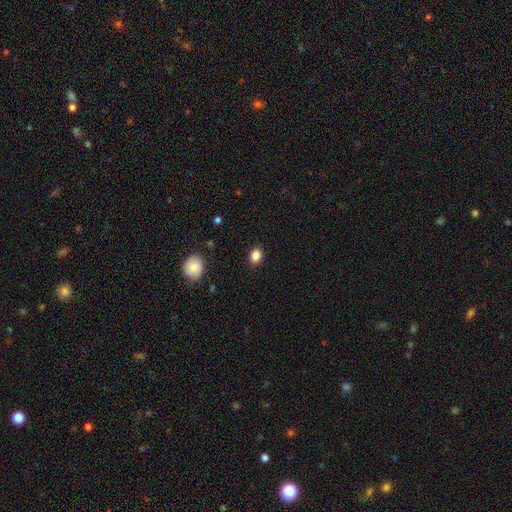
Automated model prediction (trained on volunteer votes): Q: Smooth or featured?
A: smooth (86%); runner-up: star or artifact (10%)
Q: How rounded?
A: in between (58%); runner-up: round (41%)
Q: Merging?
A: none (87%); runner-up: minor disturbance (9%)